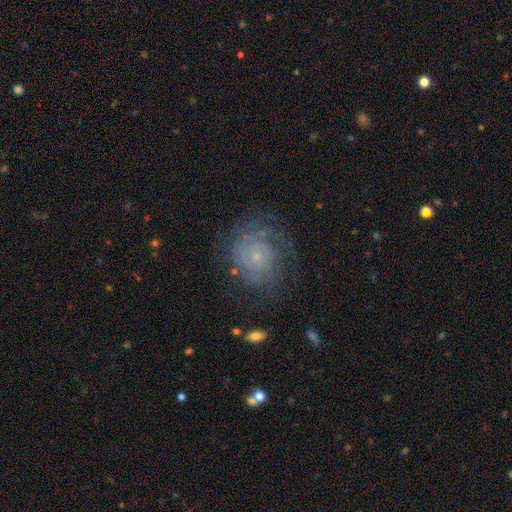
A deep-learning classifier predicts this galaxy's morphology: This is likely a featured or disk galaxy (67%). It is clearly not viewed edge-on (97%). Bar: clearly no (81%). Spiral arm pattern: clearly yes (86%). Spiral arm count: possibly can't tell (52%). Spiral winding: likely tight (68%). Central bulge: clearly small (80%). Merging: likely none (66%).